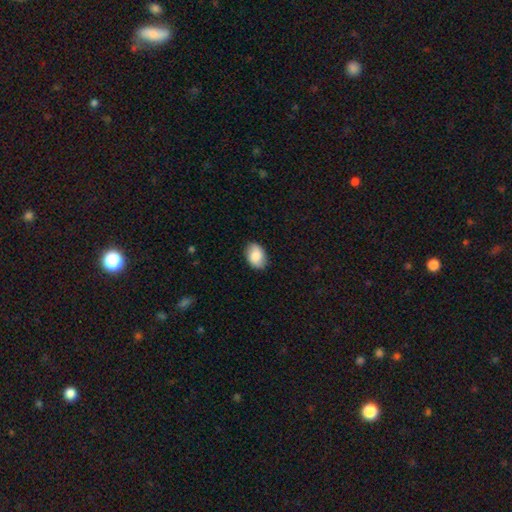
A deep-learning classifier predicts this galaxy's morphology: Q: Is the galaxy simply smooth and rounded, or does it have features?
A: smooth — 80%.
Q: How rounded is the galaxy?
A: in between — 83%.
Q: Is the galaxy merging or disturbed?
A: none — 85%.